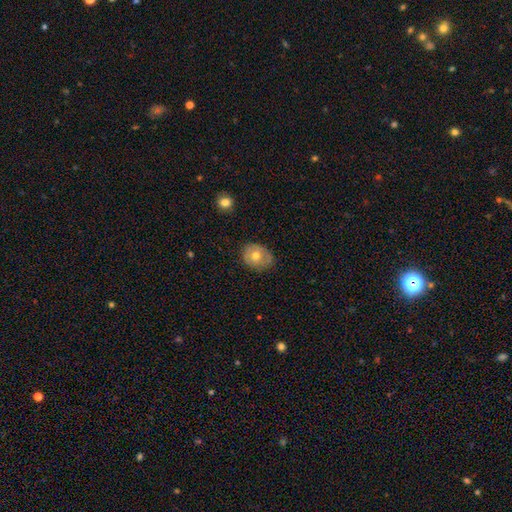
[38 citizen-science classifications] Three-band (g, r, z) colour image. It shows a smooth galaxy with no disk features (58%) that is round (55%). Merging: none (57%).